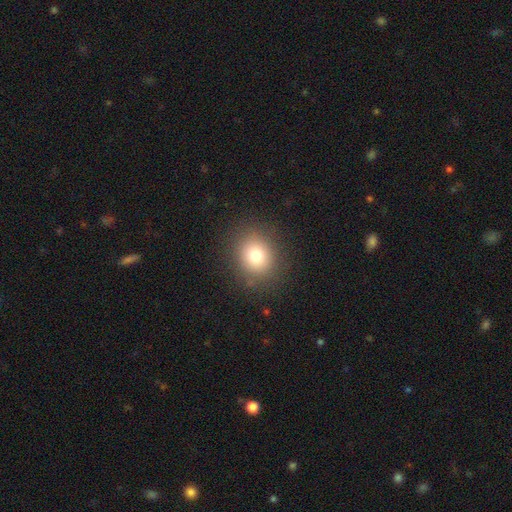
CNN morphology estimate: A smooth galaxy with no disk features (79%) that is round (71%). Merging: none (86%).